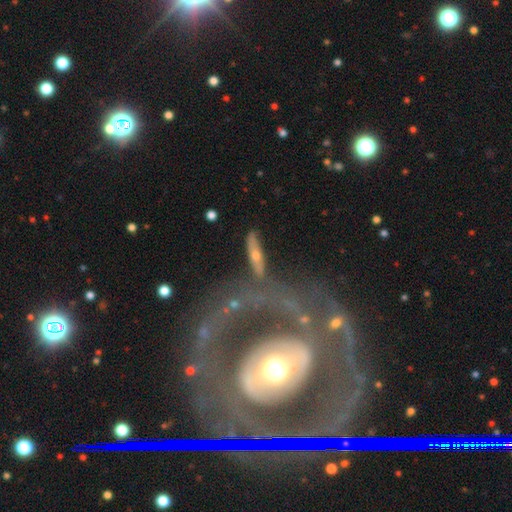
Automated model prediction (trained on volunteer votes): Q: Smooth or featured?
A: featured or disk (58%); runner-up: smooth (33%)
Q: Edge-on disk?
A: yes (64%); runner-up: no (36%)
Q: Merging?
A: none (65%); runner-up: minor disturbance (17%)